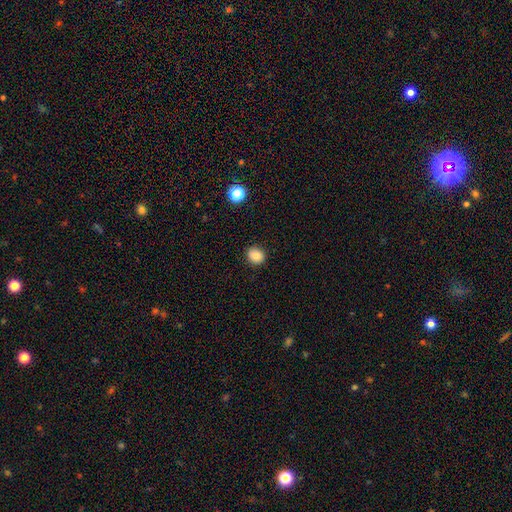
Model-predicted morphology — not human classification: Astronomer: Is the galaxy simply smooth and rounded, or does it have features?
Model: smooth — 86%.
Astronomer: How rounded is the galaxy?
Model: round — 70%.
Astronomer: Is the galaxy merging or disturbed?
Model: none — 89%.